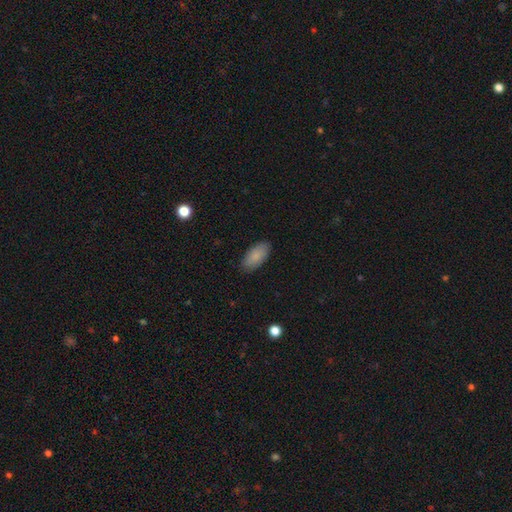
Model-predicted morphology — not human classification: Overall: smooth (87%). How rounded: in between (91%). Merging: none (86%).